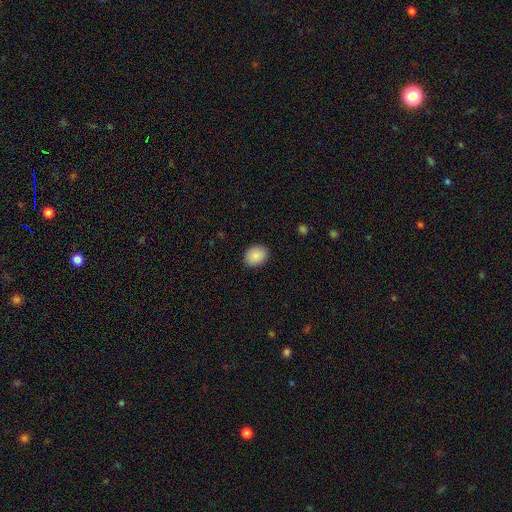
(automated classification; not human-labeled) Overall: smooth (89%). How rounded: in between (65%; round 34%). Merging: none (89%).